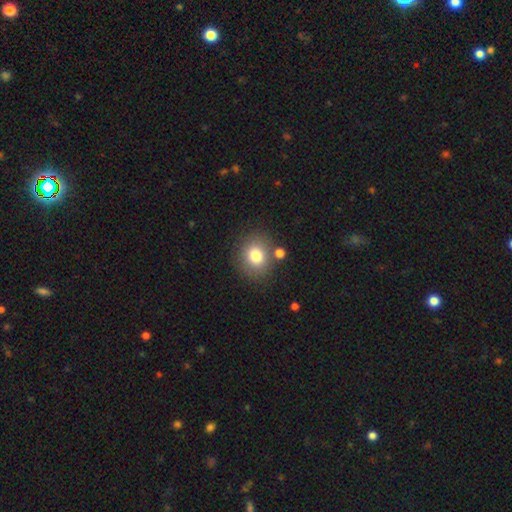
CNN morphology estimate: A smooth galaxy with no disk features (79%) that is round (73%). Merging: none (77%).